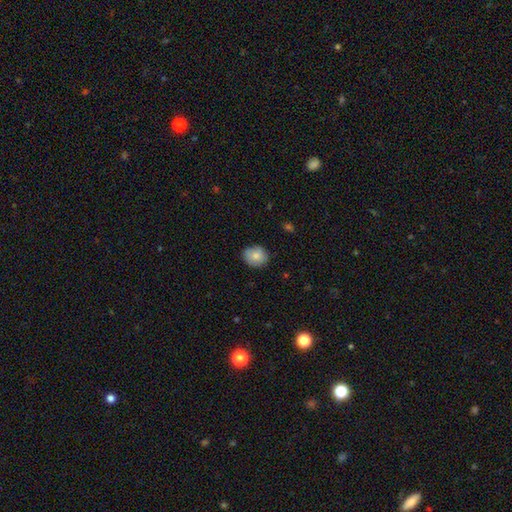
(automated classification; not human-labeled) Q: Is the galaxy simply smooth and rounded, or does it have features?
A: smooth — 82%.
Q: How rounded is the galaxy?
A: round — 69%.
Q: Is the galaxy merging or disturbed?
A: none — 81%.